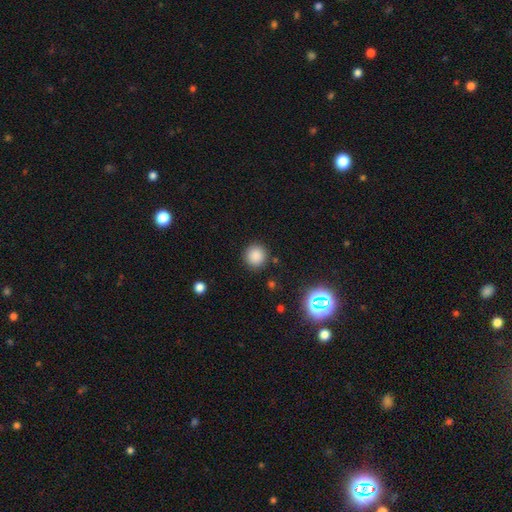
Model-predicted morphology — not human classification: A smooth galaxy with no disk features (84%) that is round (91%).

Vote fractions:
- Smooth or featured? smooth: 84% / star or artifact: 12% / featured or disk: 4%
- How rounded? round: 91% / in between: 8% / cigar-shaped: 1%
- Merging? none: 89% / minor disturbance: 7% / major disturbance: 3% / merger: 2%